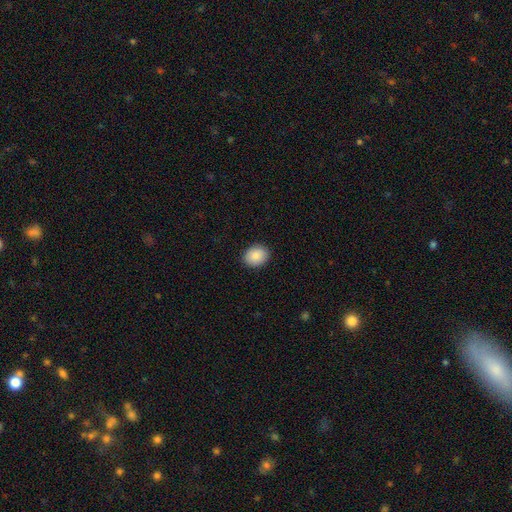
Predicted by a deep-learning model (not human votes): smooth 88%, star or artifact 7%, featured or disk 5%. Down the decision tree: how rounded — round (54%); merging — none (90%).